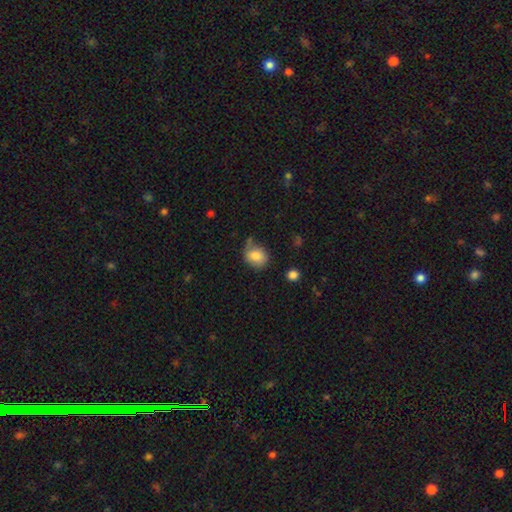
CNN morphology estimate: A smooth galaxy with no disk features (82%) that is round (58%).

Vote fractions:
- Smooth or featured? smooth: 82% / featured or disk: 10% / star or artifact: 9%
- How rounded? round: 58% / in between: 41% / cigar-shaped: 1%
- Merging? none: 63% / minor disturbance: 25% / major disturbance: 6% / merger: 6%